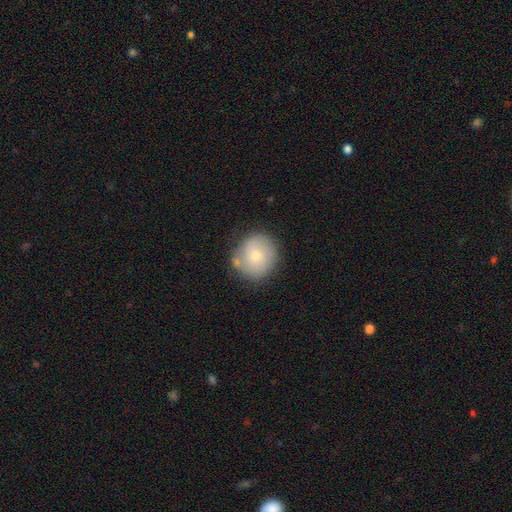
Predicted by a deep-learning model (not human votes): Smooth or featured: smooth — 69% (featured or disk — 24%)
How rounded: round — 88% (in between — 11%)
Merging: none — 71% (minor disturbance — 18%)